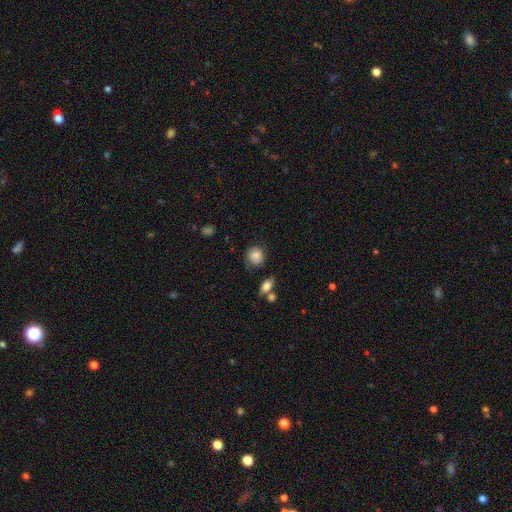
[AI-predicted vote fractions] Q: Smooth or featured?
A: smooth (78%); runner-up: featured or disk (13%)
Q: How rounded?
A: round (80%); runner-up: in between (19%)
Q: Merging?
A: none (67%); runner-up: minor disturbance (21%)